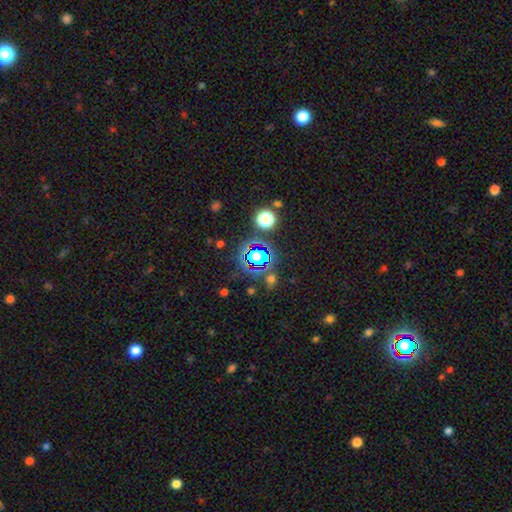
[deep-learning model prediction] Smooth or featured? star or artifact (60%)